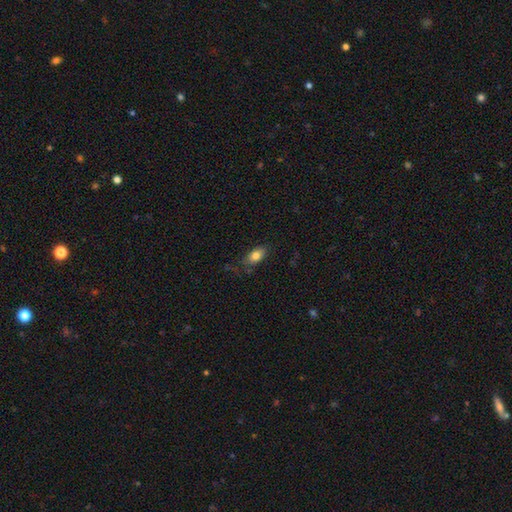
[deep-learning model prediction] Morphology: type=smooth (81%); roundness=in between (88%); merging=none (71%).